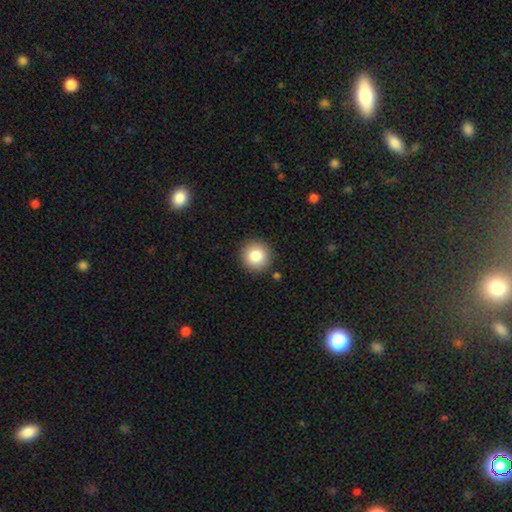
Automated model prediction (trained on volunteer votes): smooth_or_featured: smooth (p=0.83) [alt: star or artifact p=0.10]
how_rounded: round (p=0.94) [alt: in between p=0.05]
merging: none (p=0.90) [alt: minor disturbance p=0.06]